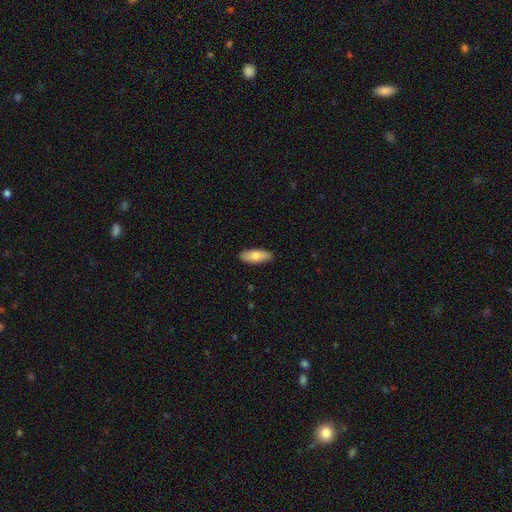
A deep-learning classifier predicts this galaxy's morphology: This is clearly a smooth galaxy (81%). How rounded: likely in between (75%). Merging: clearly none (89%).